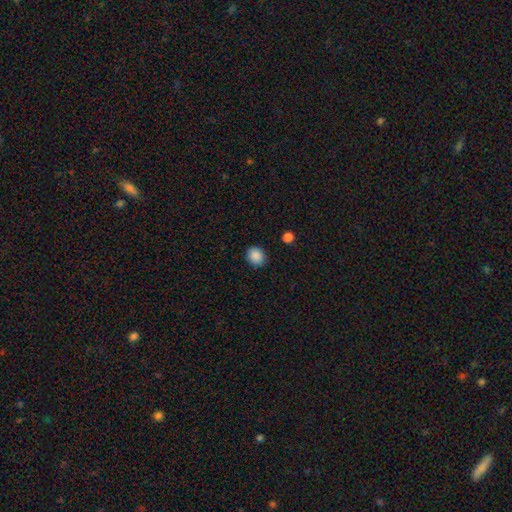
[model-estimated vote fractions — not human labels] smooth_or_featured: smooth (p=0.88) [alt: star or artifact p=0.09]
how_rounded: round (p=0.76) [alt: in between p=0.23]
merging: none (p=0.88) [alt: minor disturbance p=0.08]